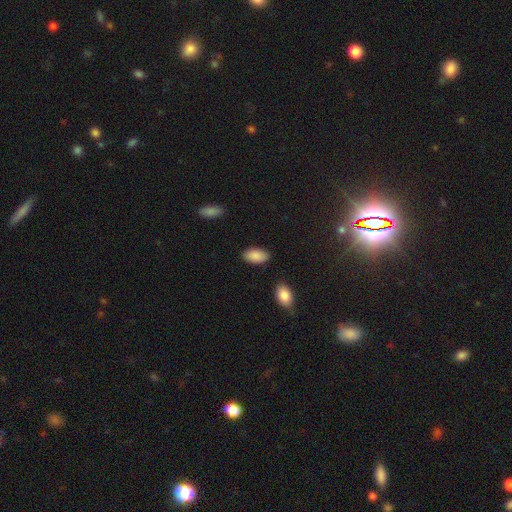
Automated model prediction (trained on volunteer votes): This appears to be a smooth galaxy with no disk features (89%) that is in between round and cigar-shaped (95%). Merging: none (85%).